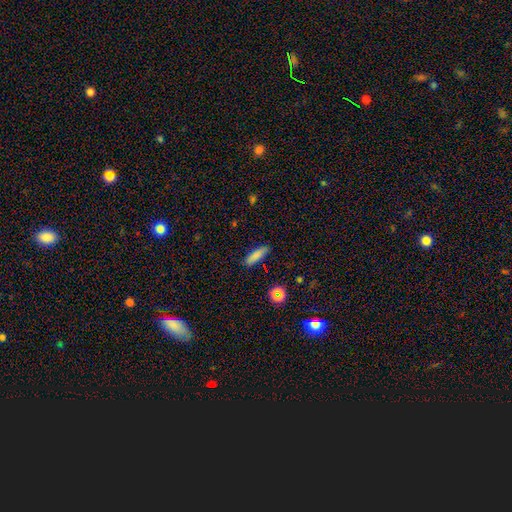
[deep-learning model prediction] Morphology: type=smooth (82%); roundness=cigar-shaped (55%); merging=none (86%).